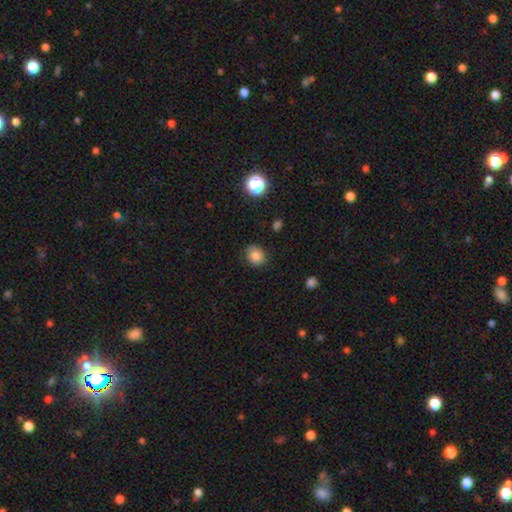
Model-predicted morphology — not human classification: Smooth or featured: smooth — 81% (star or artifact — 11%)
How rounded: round — 68% (in between — 31%)
Merging: none — 83% (minor disturbance — 13%)